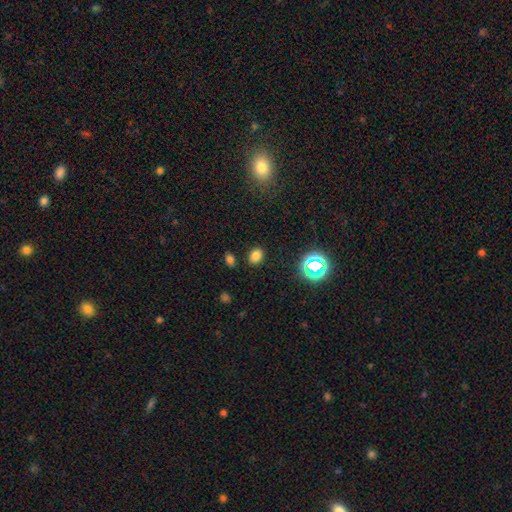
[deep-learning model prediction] smooth 76%, star or artifact 18%, featured or disk 6%. Down the decision tree: how rounded — in between (60%); merging — none (85%).